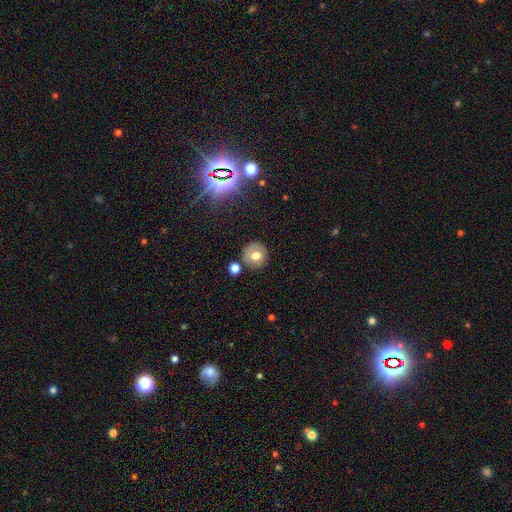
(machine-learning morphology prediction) smooth_or_featured: smooth (p=0.66) [alt: featured or disk p=0.22]
how_rounded: round (p=0.89) [alt: in between p=0.10]
merging: none (p=0.79) [alt: minor disturbance p=0.11]